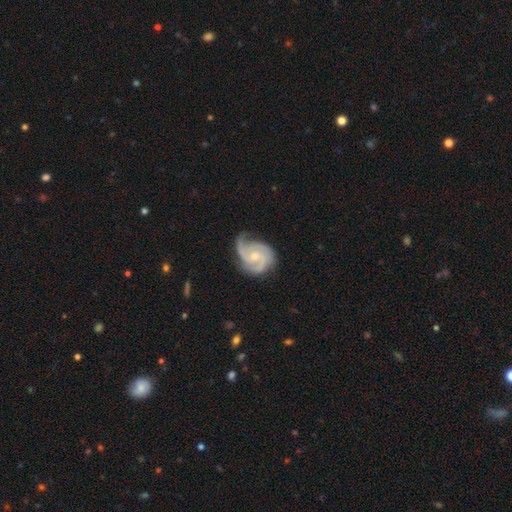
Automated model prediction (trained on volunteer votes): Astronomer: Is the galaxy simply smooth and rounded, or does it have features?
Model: featured or disk — 89%.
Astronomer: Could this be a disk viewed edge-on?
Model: no — 98%.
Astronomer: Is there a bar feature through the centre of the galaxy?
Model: no — 62%.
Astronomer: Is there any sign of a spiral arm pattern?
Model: yes — 98%.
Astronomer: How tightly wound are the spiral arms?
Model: tight — 45%, tied with medium at 45%.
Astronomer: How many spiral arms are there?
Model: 3 — 56%.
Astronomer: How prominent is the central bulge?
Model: small — 55% (runner-up: moderate, 41%).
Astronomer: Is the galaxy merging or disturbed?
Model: none — 61%.